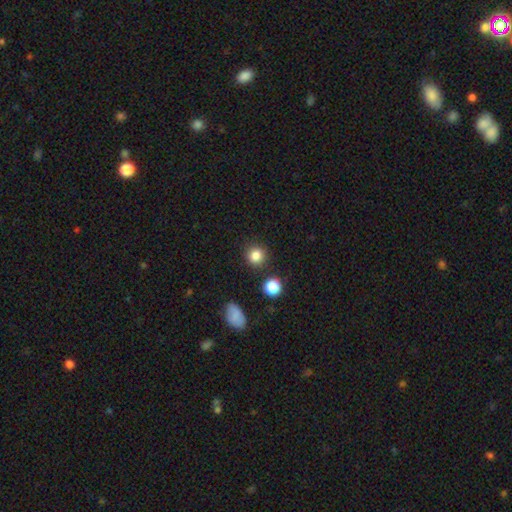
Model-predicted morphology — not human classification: Smooth or featured?
  - smooth: 84% *
  - star or artifact: 12%
  - featured or disk: 4%
How rounded?
  - round: 90% *
  - in between: 9%
  - cigar-shaped: 1%
Merging?
  - none: 86% *
  - minor disturbance: 8%
  - merger: 3%
  - major disturbance: 3%